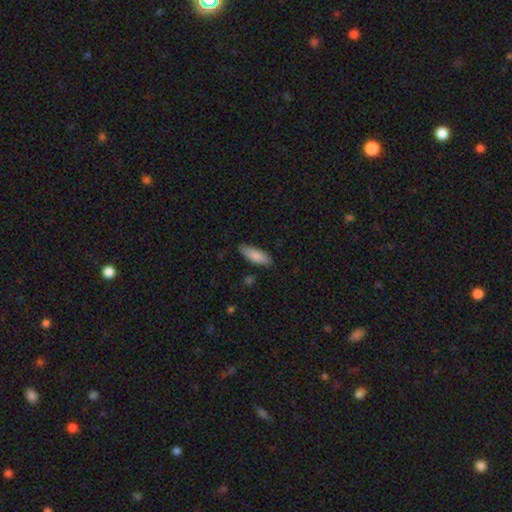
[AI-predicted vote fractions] Smooth or featured? smooth (86%)
How rounded? in between (63%)
Merging? none (84%)